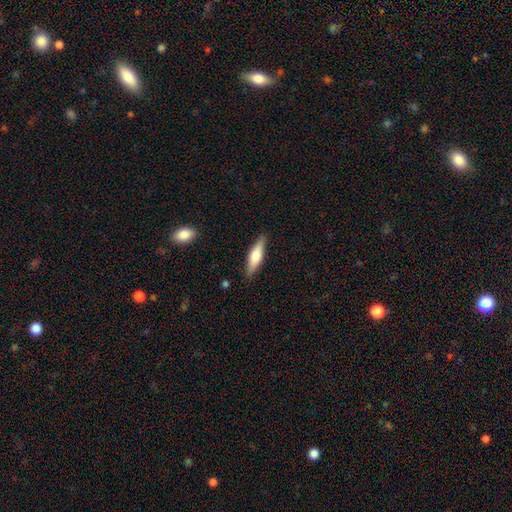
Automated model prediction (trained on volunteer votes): smooth_or_featured: smooth (p=0.57) [alt: featured or disk p=0.37]
how_rounded: cigar-shaped (p=0.65) [alt: in between p=0.33]
merging: none (p=0.87) [alt: minor disturbance p=0.10]